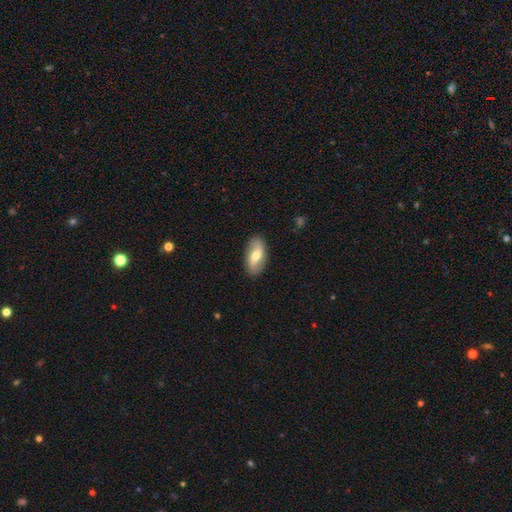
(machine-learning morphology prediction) This is possibly a smooth galaxy (53%). How rounded: clearly in between (88%). Merging: clearly none (87%).